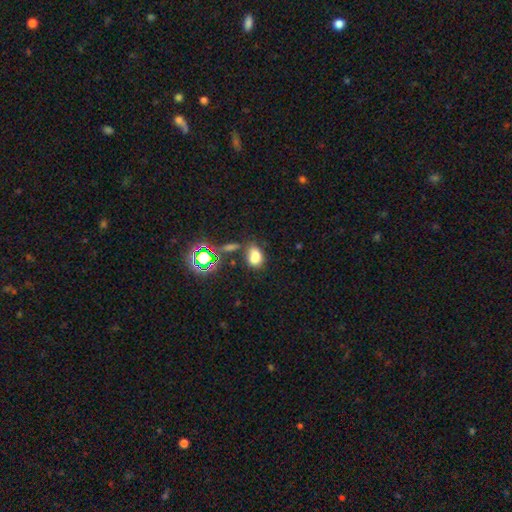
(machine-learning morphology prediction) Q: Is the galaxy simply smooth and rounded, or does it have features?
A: smooth — 73%.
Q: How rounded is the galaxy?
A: in between — 78%.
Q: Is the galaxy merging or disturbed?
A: none — 50%.